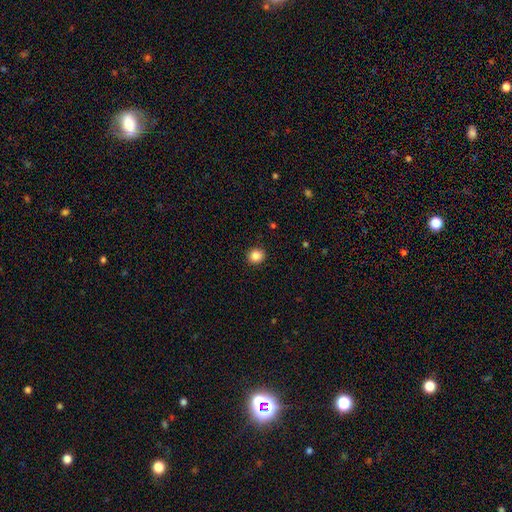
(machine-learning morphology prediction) smooth_or_featured: smooth (p=0.85) [alt: star or artifact p=0.10]
how_rounded: round (p=0.83) [alt: in between p=0.16]
merging: none (p=0.92) [alt: minor disturbance p=0.05]